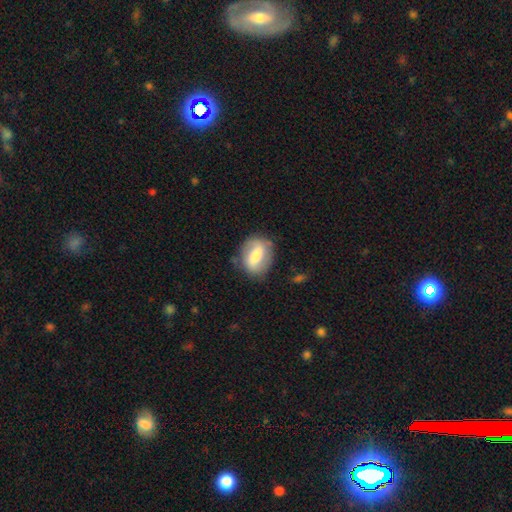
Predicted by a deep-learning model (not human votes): Smooth or featured?
  - smooth: 51% *
  - featured or disk: 42%
  - star or artifact: 7%
How rounded?
  - in between: 66% *
  - round: 31%
  - cigar-shaped: 3%
Merging?
  - none: 76% *
  - minor disturbance: 17%
  - major disturbance: 5%
  - merger: 2%